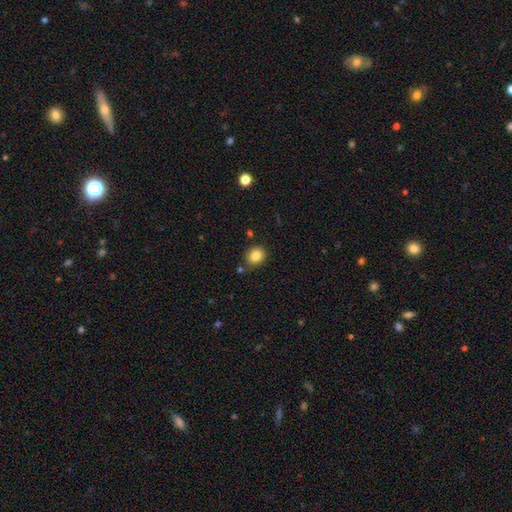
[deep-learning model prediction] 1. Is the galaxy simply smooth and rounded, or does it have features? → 85% smooth, 10% star or artifact, 6% featured or disk.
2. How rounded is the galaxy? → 77% round, 22% in between, 1% cigar-shaped.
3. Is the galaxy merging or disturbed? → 84% none, 9% minor disturbance, 4% merger, 2% major disturbance.